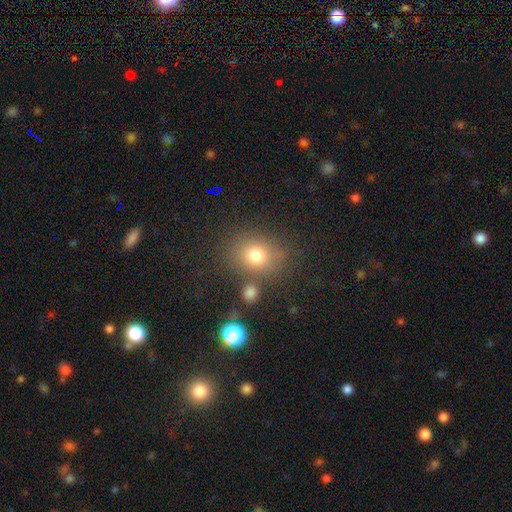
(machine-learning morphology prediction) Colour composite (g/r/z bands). It shows a smooth galaxy with no disk features (78%) that is round (54%). Merging: none (72%).